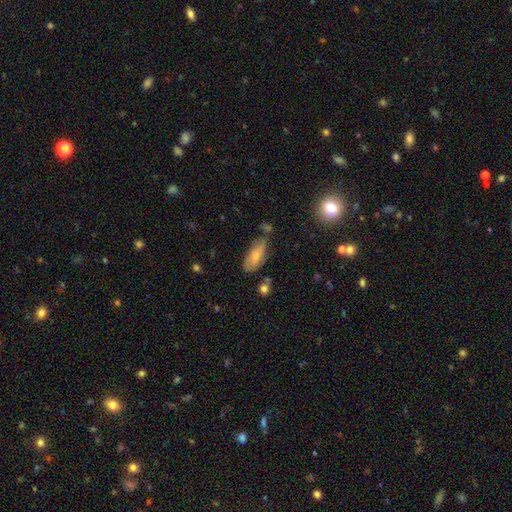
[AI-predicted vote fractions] The model was most divided on "merging": none: 57%, minor disturbance: 27%, merger: 8%, major disturbance: 7%. More confident: how rounded — in between (83%); smooth or featured — smooth (71%).